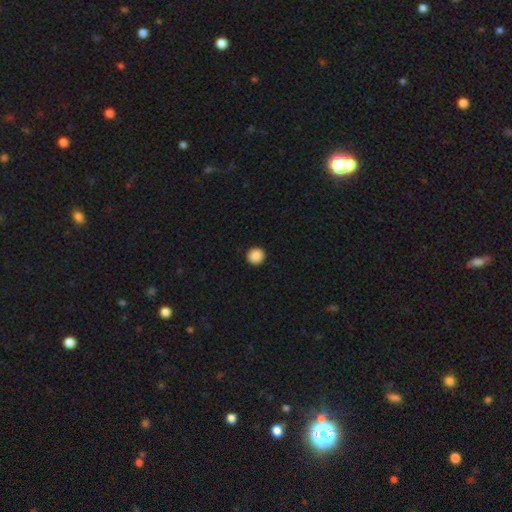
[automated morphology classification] Overall: smooth (89%). How rounded: round (96%). Merging: none (94%).